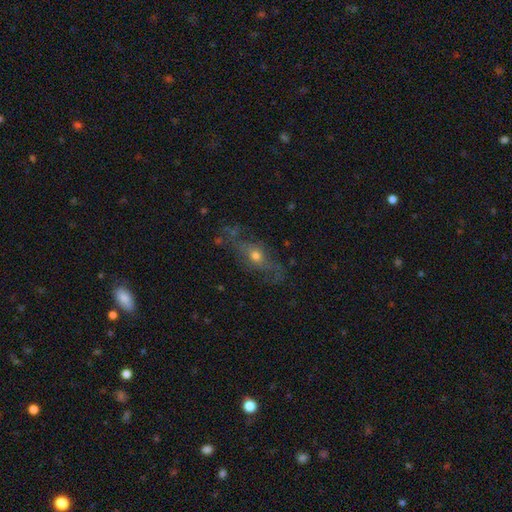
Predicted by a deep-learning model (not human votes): Smooth or featured? featured or disk (55%)
Edge-on disk? no (62%)
Merging? none (60%)